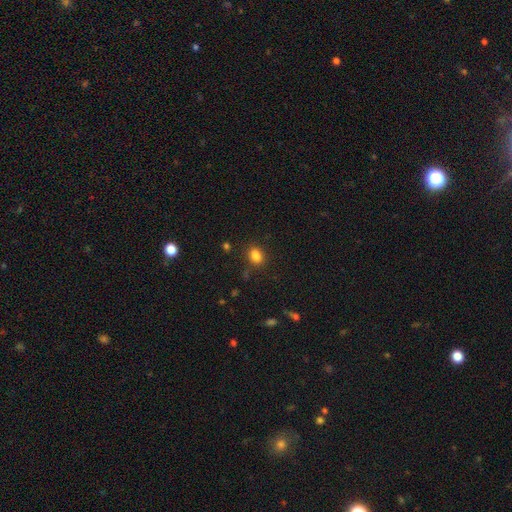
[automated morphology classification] Smooth or featured? smooth (83%)
How rounded? in between (70%)
Merging? none (80%)